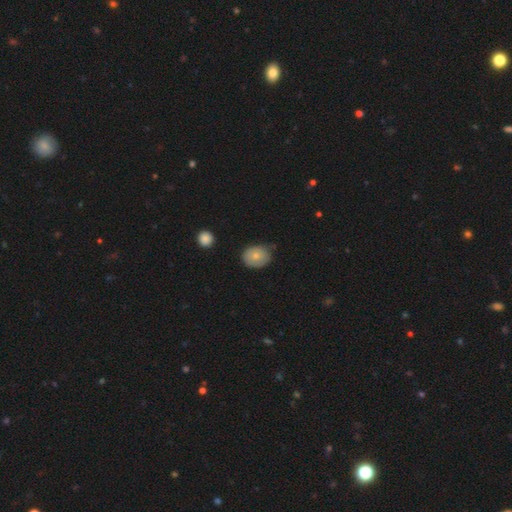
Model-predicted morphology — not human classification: Smooth or featured? Predicted: smooth (p=0.76). How rounded? Predicted: round (p=0.52). Merging? Predicted: none (p=0.63).